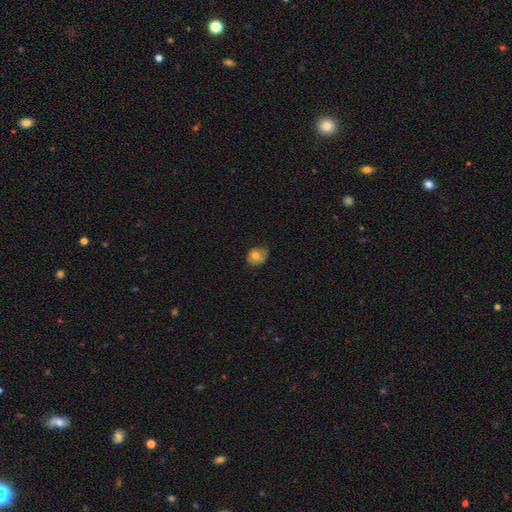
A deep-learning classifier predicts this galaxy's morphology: Smooth or featured? Predicted: smooth (p=0.62). How rounded? Predicted: round (p=0.61). Merging? Predicted: none (p=0.55).